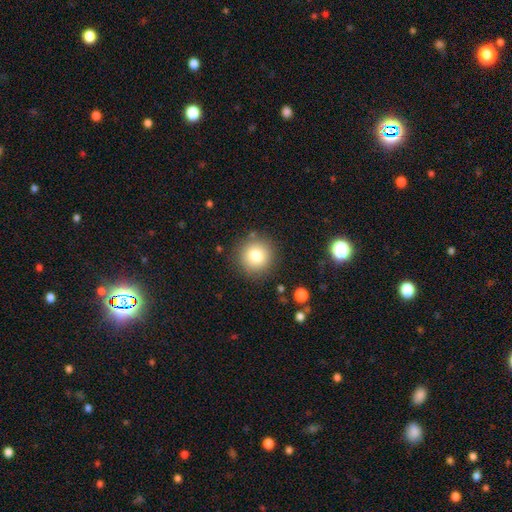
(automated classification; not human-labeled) A smooth galaxy with no disk features (80%) that is round (94%). Merging: none (87%).